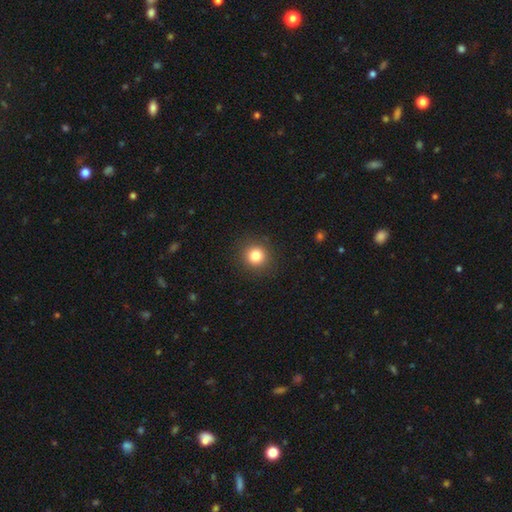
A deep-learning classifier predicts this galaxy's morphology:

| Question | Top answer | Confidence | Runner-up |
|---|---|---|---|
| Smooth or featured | smooth | 82% | star or artifact (12%) |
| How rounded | round | 93% | in between (6%) |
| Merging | none | 91% | minor disturbance (6%) |